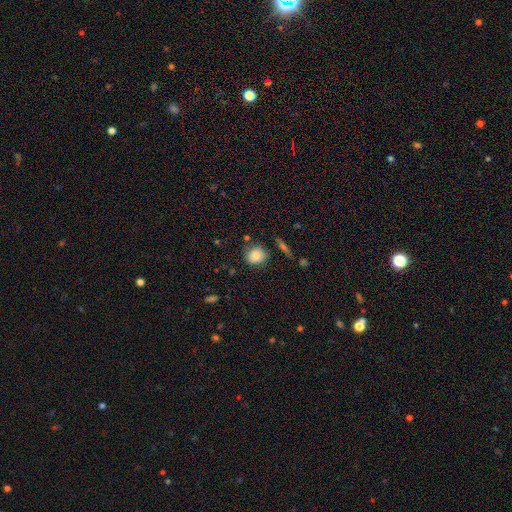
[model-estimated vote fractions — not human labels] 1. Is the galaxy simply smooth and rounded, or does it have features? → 82% smooth, 9% star or artifact, 9% featured or disk.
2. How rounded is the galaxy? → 79% round, 20% in between, 1% cigar-shaped.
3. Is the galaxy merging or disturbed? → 77% none, 15% minor disturbance, 4% merger, 4% major disturbance.